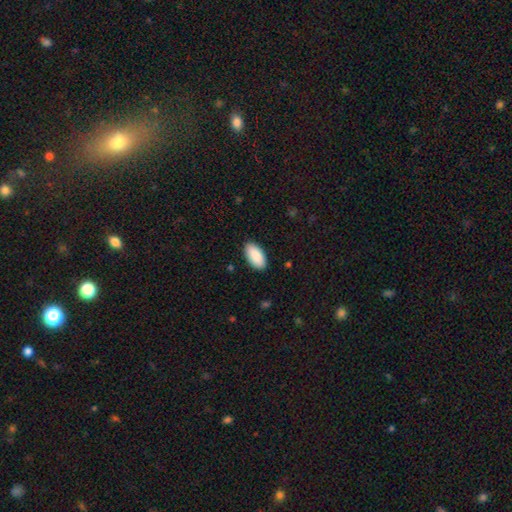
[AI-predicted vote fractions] Morphology: type=smooth (91%); roundness=in between (96%); merging=none (89%).